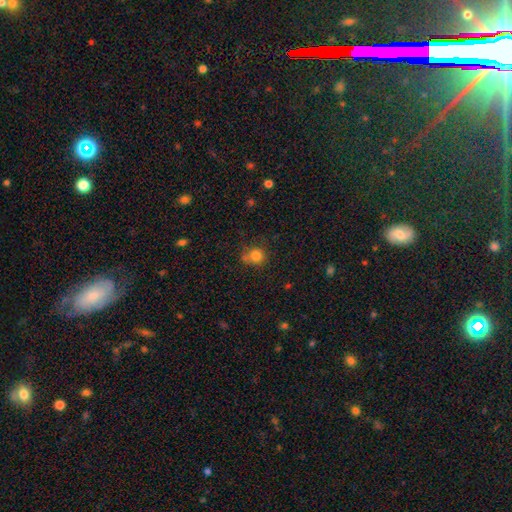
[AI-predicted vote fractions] smooth-or-featured: smooth: 81% | star or artifact: 12% | featured or disk: 7%
  how-rounded: round: 82% | in between: 17% | cigar-shaped: 1%
  merging: none: 63% | minor disturbance: 22% | merger: 9% | major disturbance: 7%